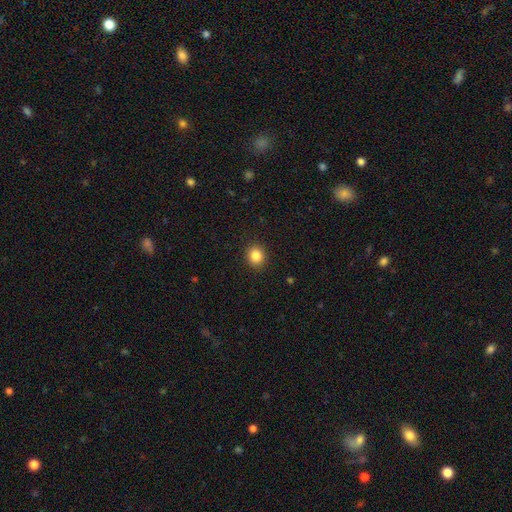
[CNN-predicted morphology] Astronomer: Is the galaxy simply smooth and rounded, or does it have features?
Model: smooth — 86%.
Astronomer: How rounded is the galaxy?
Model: round — 79%.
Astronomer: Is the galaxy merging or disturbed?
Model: none — 91%.